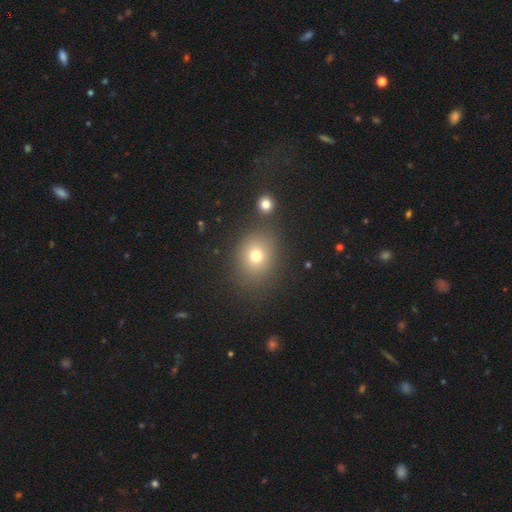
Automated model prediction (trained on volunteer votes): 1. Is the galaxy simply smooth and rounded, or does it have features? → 73% smooth, 16% star or artifact, 10% featured or disk.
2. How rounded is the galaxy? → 67% round, 32% in between, 1% cigar-shaped.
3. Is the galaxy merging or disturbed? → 79% none, 10% minor disturbance, 7% merger, 4% major disturbance.